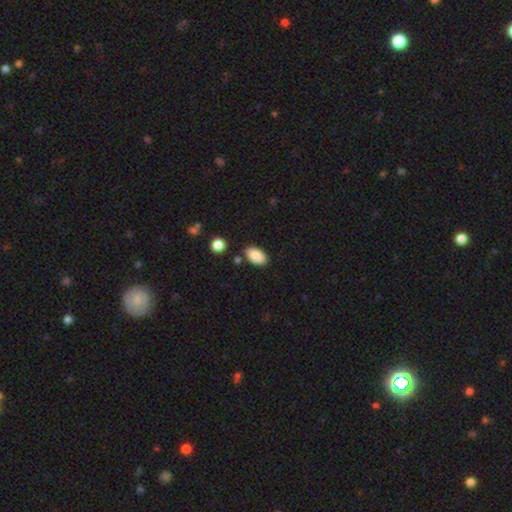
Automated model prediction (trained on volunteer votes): This appears to be a smooth galaxy with no disk features (88%) that is in between round and cigar-shaped (93%). Merging: none (82%).